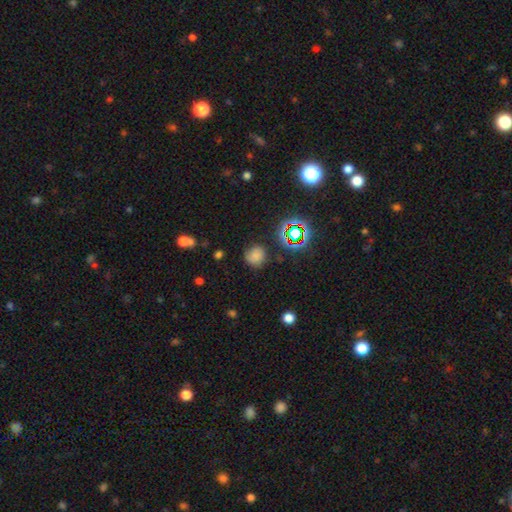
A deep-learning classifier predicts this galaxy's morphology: A smooth galaxy with no disk features (68%) that is round (83%). Merging: none (71%).